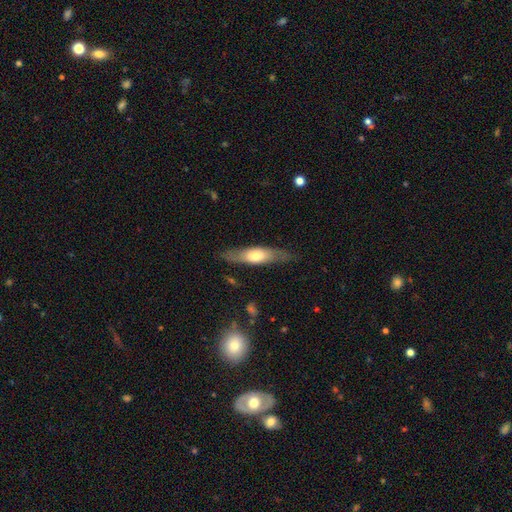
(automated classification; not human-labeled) A smooth galaxy with no disk features (53%) that is cigar-shaped (57%). Merging: none (78%).